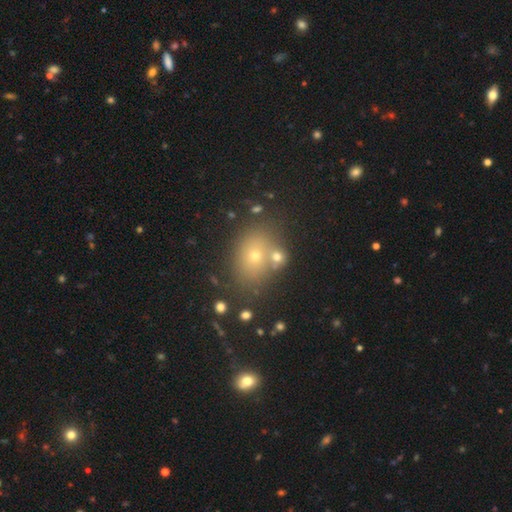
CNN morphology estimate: Smooth or featured?
  - smooth: 63% *
  - star or artifact: 20%
  - featured or disk: 16%
How rounded?
  - in between: 56% *
  - round: 43%
  - cigar-shaped: 1%
Merging?
  - none: 66% *
  - merger: 18%
  - minor disturbance: 11%
  - major disturbance: 5%